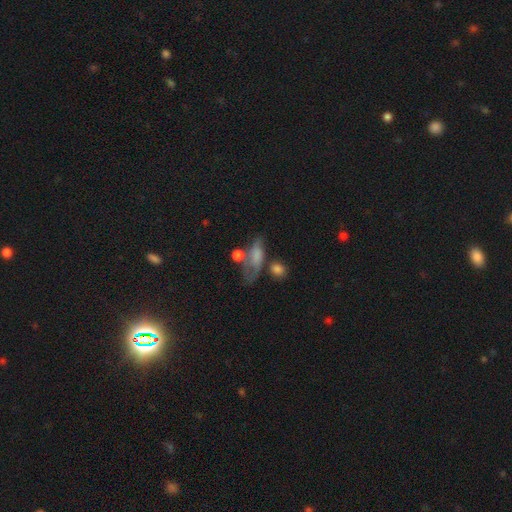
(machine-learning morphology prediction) smooth_or_featured: smooth (p=0.57) [alt: featured or disk p=0.31]
how_rounded: in between (p=0.75) [alt: cigar-shaped p=0.14]
merging: major disturbance (p=0.30) [alt: none p=0.28]